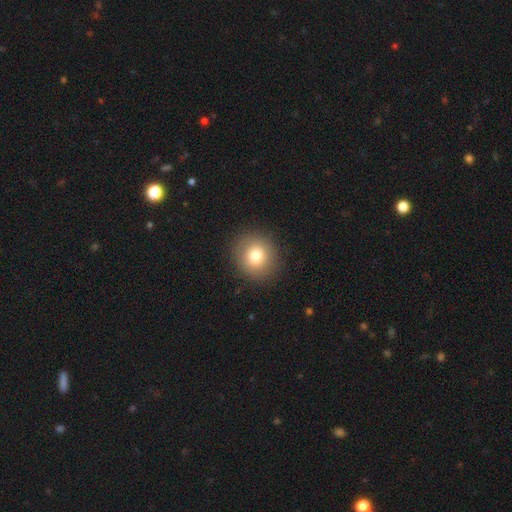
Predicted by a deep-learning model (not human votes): Smooth or featured: smooth — 77% (featured or disk — 12%)
How rounded: round — 88% (in between — 11%)
Merging: none — 90% (minor disturbance — 7%)